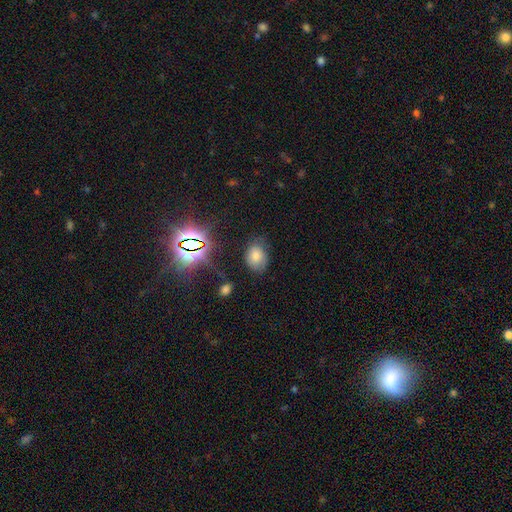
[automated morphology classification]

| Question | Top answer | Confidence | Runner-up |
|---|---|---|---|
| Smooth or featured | smooth | 59% | star or artifact (27%) |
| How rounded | in between | 75% | round (24%) |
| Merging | none | 71% | minor disturbance (21%) |